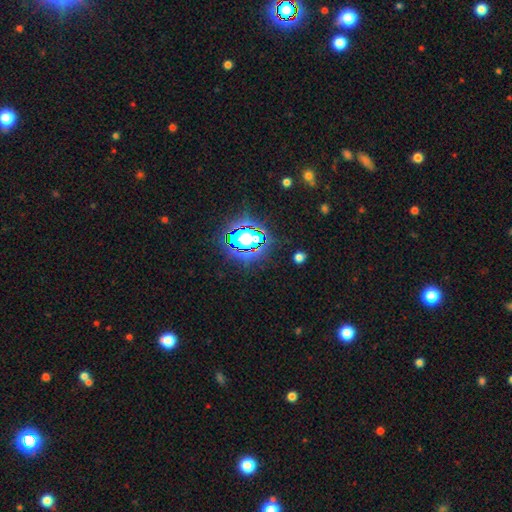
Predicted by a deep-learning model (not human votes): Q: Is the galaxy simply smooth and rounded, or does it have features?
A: star or artifact — 82%.